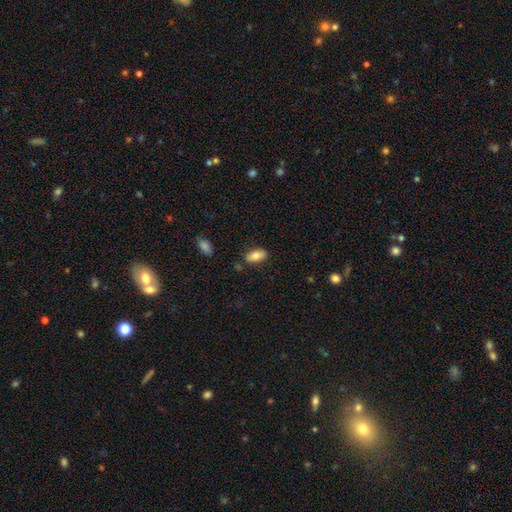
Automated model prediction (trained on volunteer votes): smooth-or-featured: smooth: 80% | featured or disk: 13% | star or artifact: 7%
  how-rounded: in between: 90% | cigar-shaped: 8% | round: 3%
  merging: none: 81% | minor disturbance: 13% | merger: 3% | major disturbance: 3%